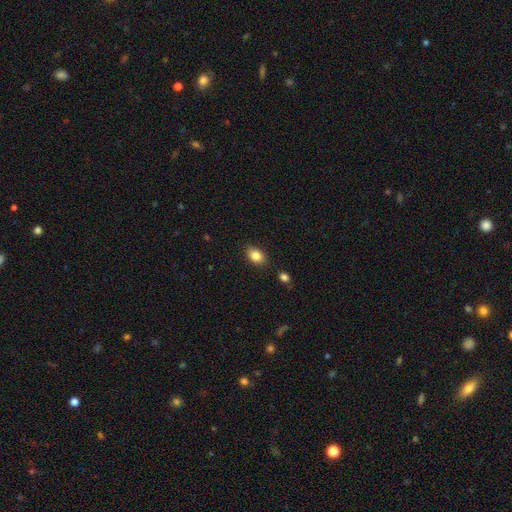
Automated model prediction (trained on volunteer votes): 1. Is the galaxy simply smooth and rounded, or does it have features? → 84% smooth, 9% star or artifact, 7% featured or disk.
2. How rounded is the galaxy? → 79% in between, 19% round, 1% cigar-shaped.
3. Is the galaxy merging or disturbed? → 86% none, 10% minor disturbance, 2% major disturbance, 2% merger.